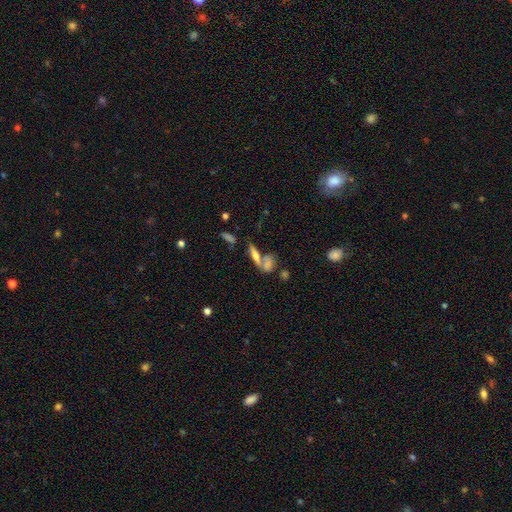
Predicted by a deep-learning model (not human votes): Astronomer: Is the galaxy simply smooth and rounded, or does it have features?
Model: smooth — 55% (runner-up: featured or disk, 33%).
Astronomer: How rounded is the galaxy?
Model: in between — 47%, tied with cigar-shaped at 47%.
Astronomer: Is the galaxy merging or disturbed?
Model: merger — 43% (runner-up: none, 40%).